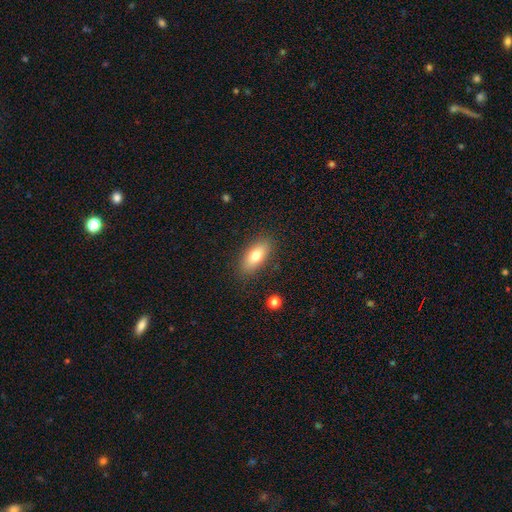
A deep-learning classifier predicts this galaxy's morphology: Smooth or featured: smooth — 77% (featured or disk — 16%)
How rounded: in between — 79% (cigar-shaped — 18%)
Merging: none — 85% (minor disturbance — 10%)